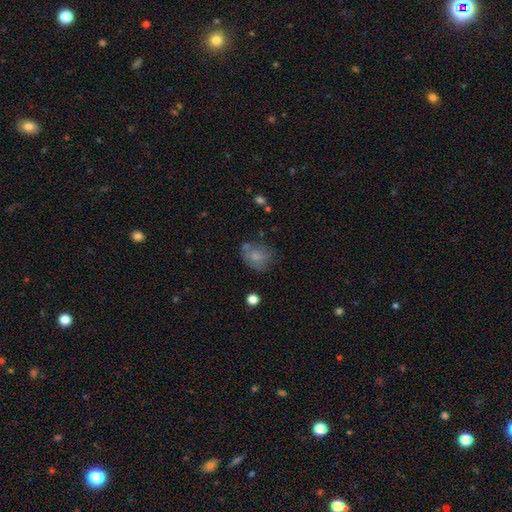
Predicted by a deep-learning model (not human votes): This is likely a smooth galaxy (64%). How rounded: possibly in between (53%). Merging: possibly none (52%).